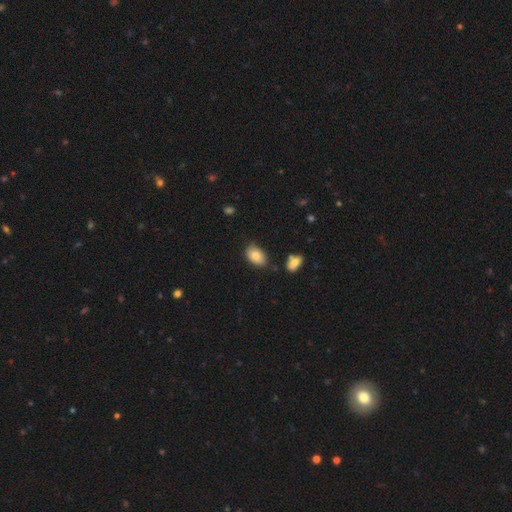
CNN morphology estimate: Smooth or featured? smooth (81%)
How rounded? in between (90%)
Merging? none (77%)